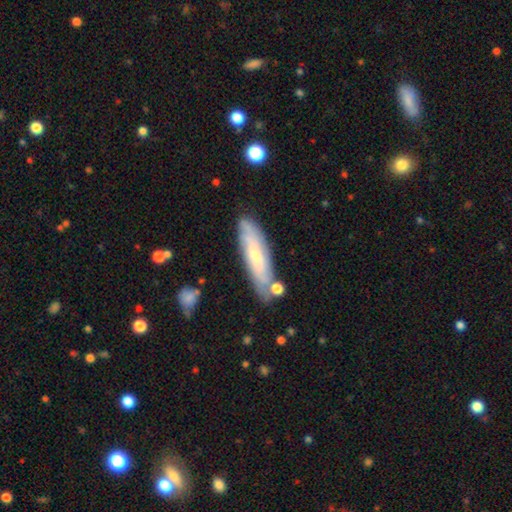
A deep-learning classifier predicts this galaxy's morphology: The model was most divided on "smooth or featured": featured or disk: 50%, smooth: 44%, star or artifact: 6%. More confident: merging — none (75%); edge-on disk — no (61%).